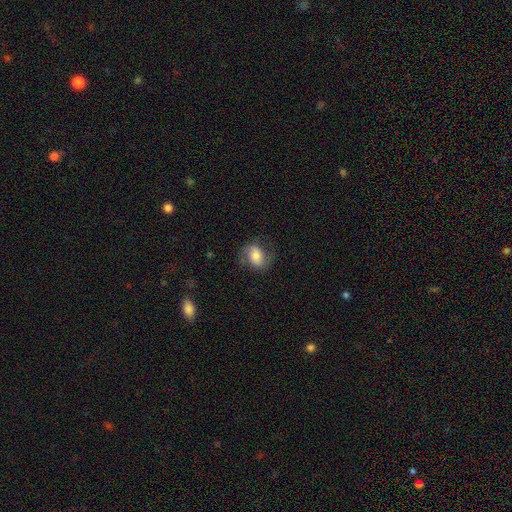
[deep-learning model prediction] This is possibly a smooth galaxy (50%). Merging: likely none (68%).